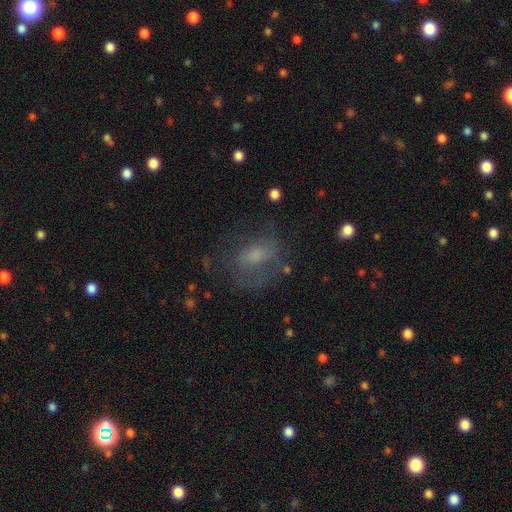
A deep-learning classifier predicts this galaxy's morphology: smooth_or_featured: smooth (p=0.44) [alt: featured or disk p=0.42]
merging: none (p=0.54) [alt: major disturbance p=0.22]